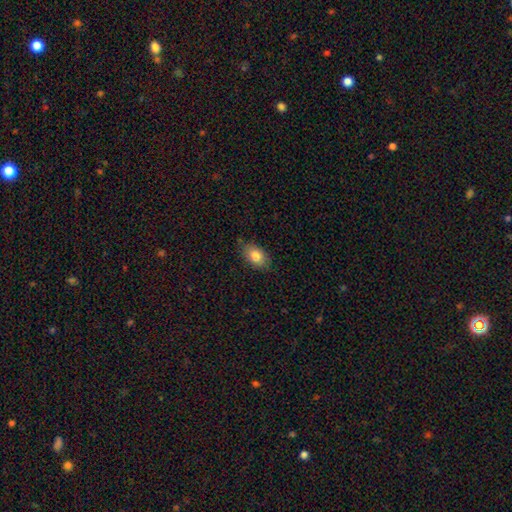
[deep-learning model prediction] Q: Smooth or featured?
A: smooth (83%); runner-up: featured or disk (9%)
Q: How rounded?
A: in between (90%); runner-up: round (9%)
Q: Merging?
A: none (80%); runner-up: minor disturbance (15%)